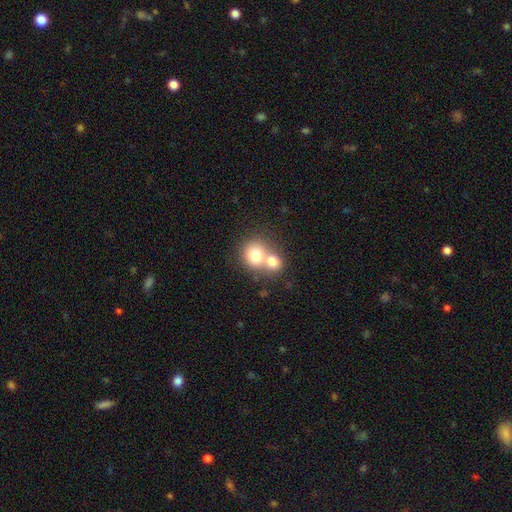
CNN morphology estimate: Overall: smooth (74%). How rounded: round (78%). Merging: merger (63%; none 29%).